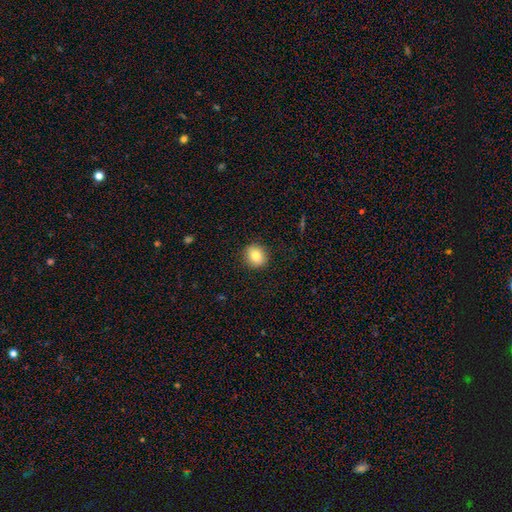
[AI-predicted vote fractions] Smooth or featured? smooth (82%)
How rounded? round (79%)
Merging? none (90%)